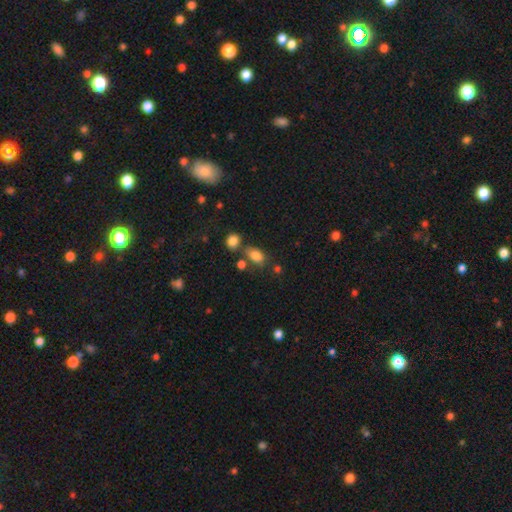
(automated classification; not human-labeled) The model was most divided on "merging": none: 59%, minor disturbance: 18%, merger: 17%, major disturbance: 7%. More confident: how rounded — in between (84%); smooth or featured — smooth (82%).